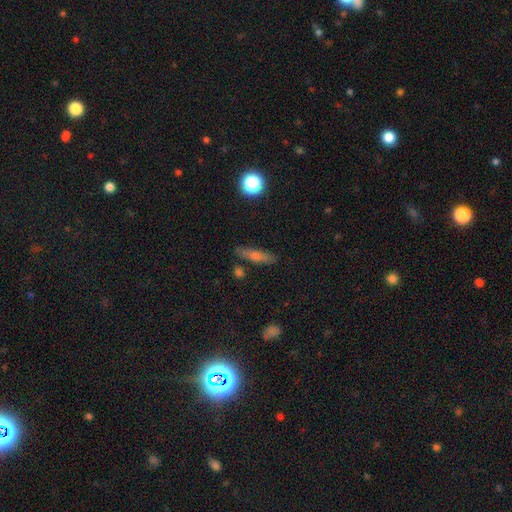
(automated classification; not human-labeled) Smooth or featured? Predicted: smooth (p=0.55). How rounded? Predicted: cigar-shaped (p=0.75). Merging? Predicted: none (p=0.83).